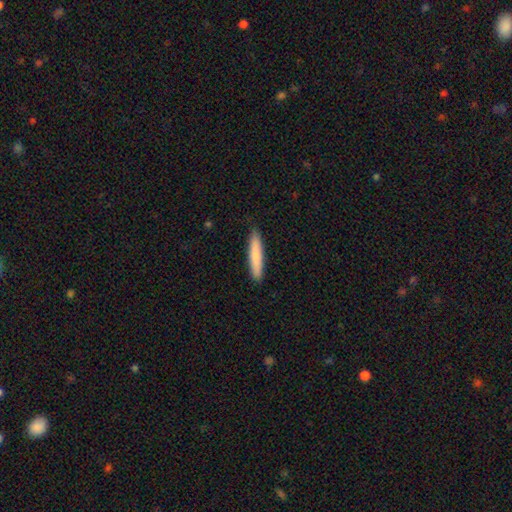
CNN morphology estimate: Q: Smooth or featured?
A: smooth (81%); runner-up: featured or disk (14%)
Q: How rounded?
A: cigar-shaped (90%); runner-up: in between (9%)
Q: Merging?
A: none (89%); runner-up: minor disturbance (8%)